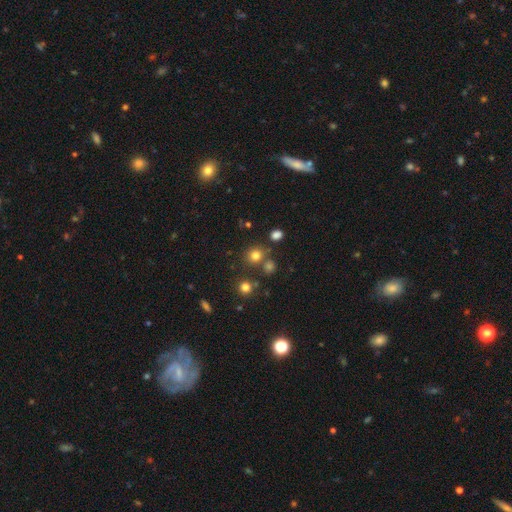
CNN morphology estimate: smooth 77%, star or artifact 17%, featured or disk 7%. Down the decision tree: how rounded — round (85%); merging — none (74%).